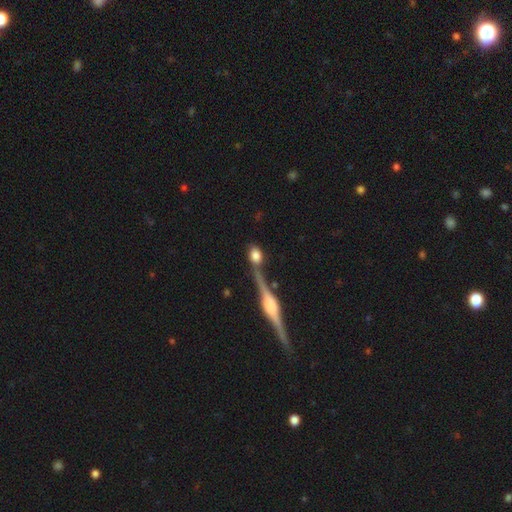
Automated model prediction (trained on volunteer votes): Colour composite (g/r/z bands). It shows a smooth galaxy with no disk features (73%) that is in between round and cigar-shaped (60%). Merging: none (51%).